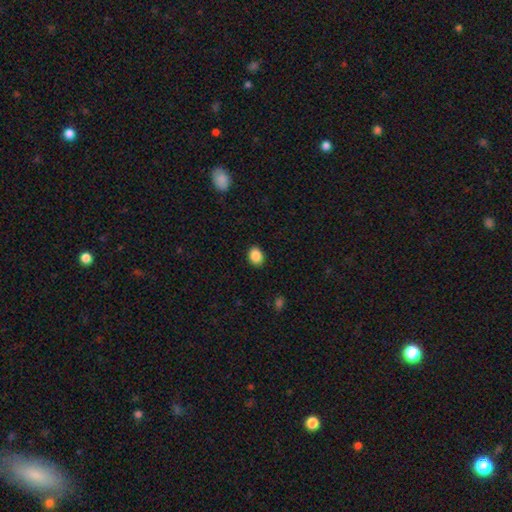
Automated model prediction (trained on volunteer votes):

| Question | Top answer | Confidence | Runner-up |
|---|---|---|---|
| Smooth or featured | smooth | 88% | star or artifact (9%) |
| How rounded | in between | 53% | round (46%) |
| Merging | none | 90% | minor disturbance (7%) |